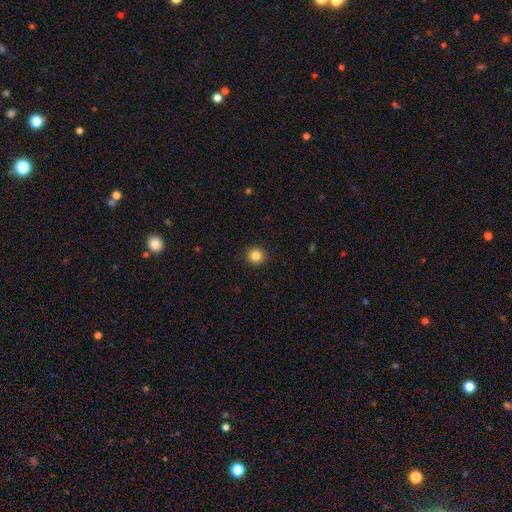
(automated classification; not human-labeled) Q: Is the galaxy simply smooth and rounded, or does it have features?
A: smooth — 85%.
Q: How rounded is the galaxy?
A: round — 94%.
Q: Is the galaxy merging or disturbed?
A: none — 92%.